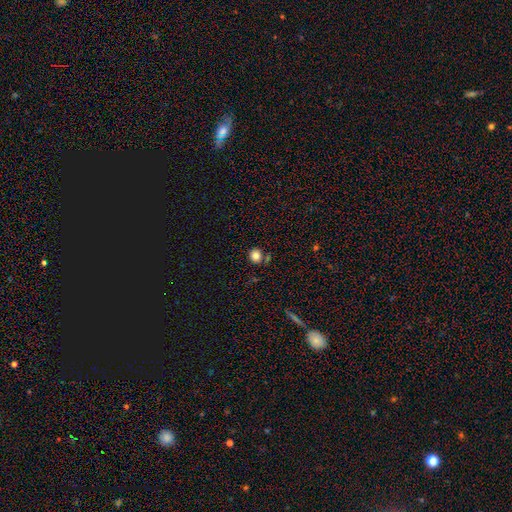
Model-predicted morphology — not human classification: This is clearly a smooth galaxy (81%). How rounded: clearly round (83%). Merging: likely none (79%).